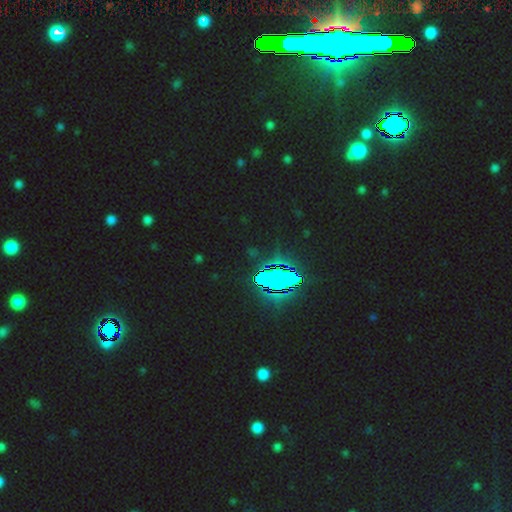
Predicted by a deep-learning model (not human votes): A star or artifact, not a galaxy (79%).